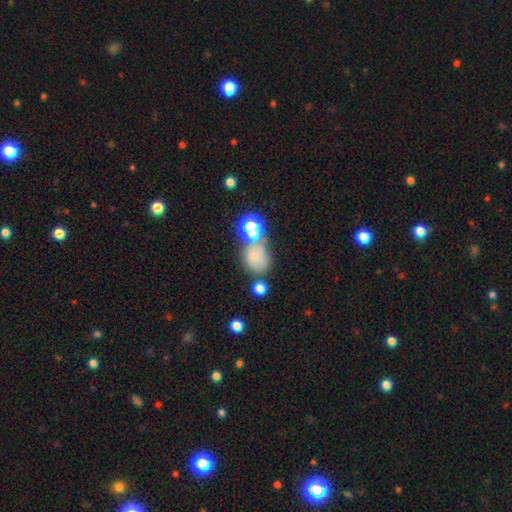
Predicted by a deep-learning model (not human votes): A smooth galaxy with no disk features (63%) that is round (60%). Merging: none (45%).